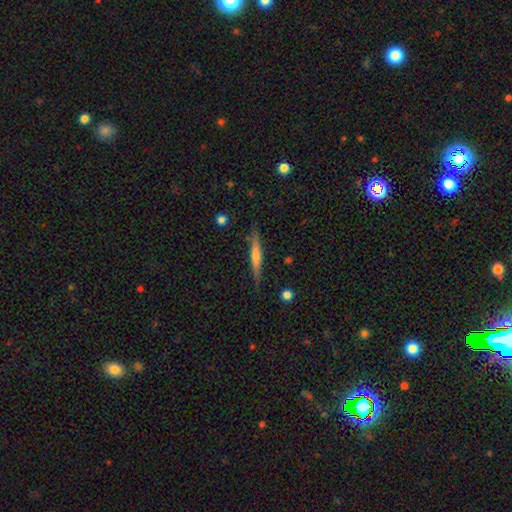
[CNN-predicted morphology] A featured or disk galaxy (51%) viewed edge-on (96%).

Vote fractions:
- Smooth or featured? featured or disk: 51% / smooth: 42% / star or artifact: 7%
- Edge-on disk? yes: 96% / no: 4%
- Merging? none: 85% / minor disturbance: 11% / major disturbance: 2% / merger: 2%